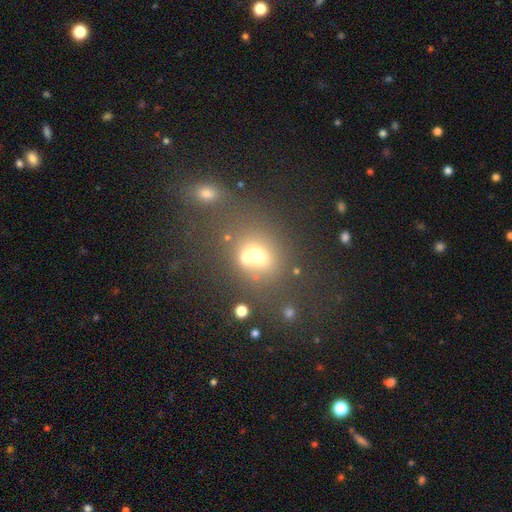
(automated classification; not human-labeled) Smooth or featured? smooth (60%)
How rounded? round (60%)
Merging? merger (43%)